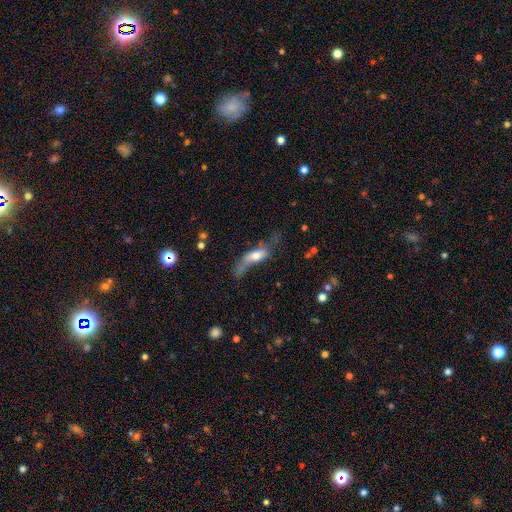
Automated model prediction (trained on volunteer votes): Smooth or featured? Predicted: smooth (p=0.53). How rounded? Predicted: in between (p=0.59). Merging? Predicted: major disturbance (p=0.42).